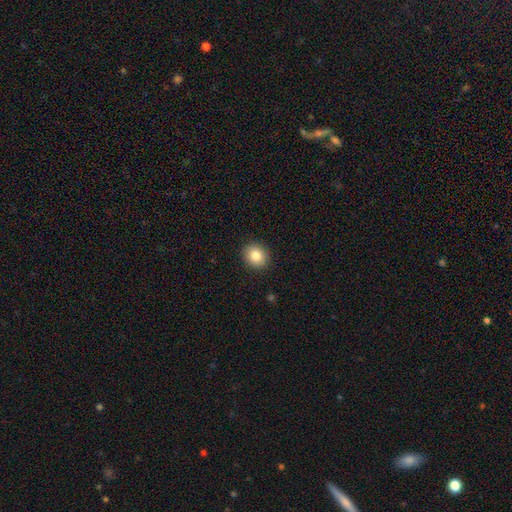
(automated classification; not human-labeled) Smooth or featured: smooth — 84% (star or artifact — 9%)
How rounded: round — 69% (in between — 30%)
Merging: none — 91% (minor disturbance — 6%)